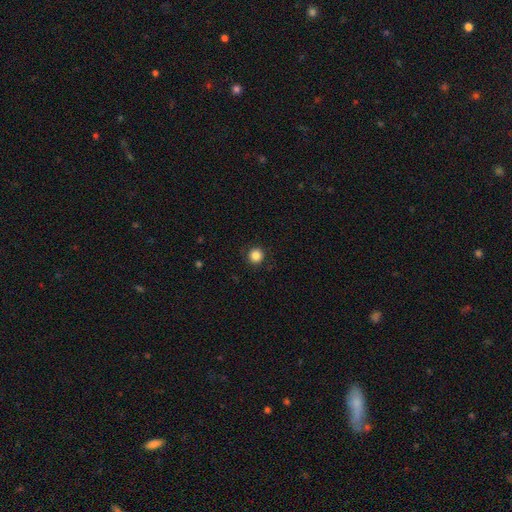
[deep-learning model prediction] This is clearly a smooth galaxy (86%). How rounded: clearly round (95%). Merging: clearly none (91%).